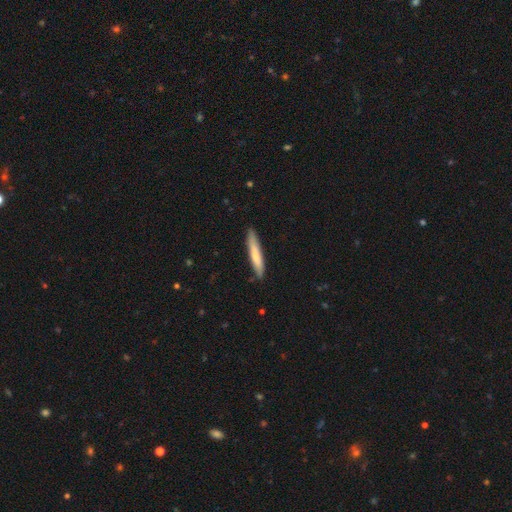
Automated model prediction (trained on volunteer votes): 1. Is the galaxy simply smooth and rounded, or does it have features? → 72% smooth, 23% featured or disk, 5% star or artifact.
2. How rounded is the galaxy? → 92% cigar-shaped, 7% in between, 1% round.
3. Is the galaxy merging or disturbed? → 83% none, 14% minor disturbance, 2% major disturbance, 1% merger.